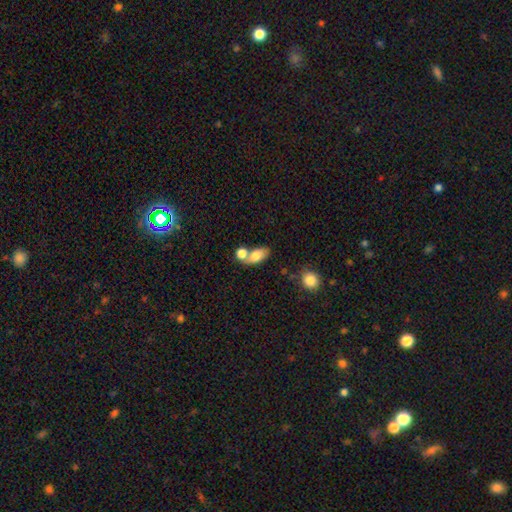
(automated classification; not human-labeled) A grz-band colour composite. It shows a smooth galaxy with no disk features (78%) that is in between round and cigar-shaped (85%). Merging: merger (45%).